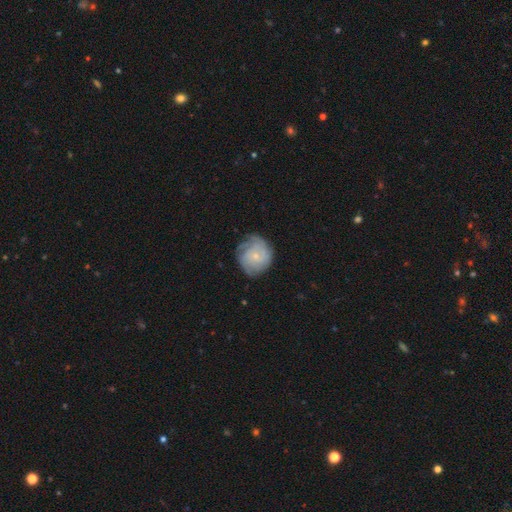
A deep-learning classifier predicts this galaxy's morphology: type=featured or disk (57%); edge-on=no (98%); bar=no (81%); spiral arms=yes (84%); bulge=small (79%); merging=none (66%).